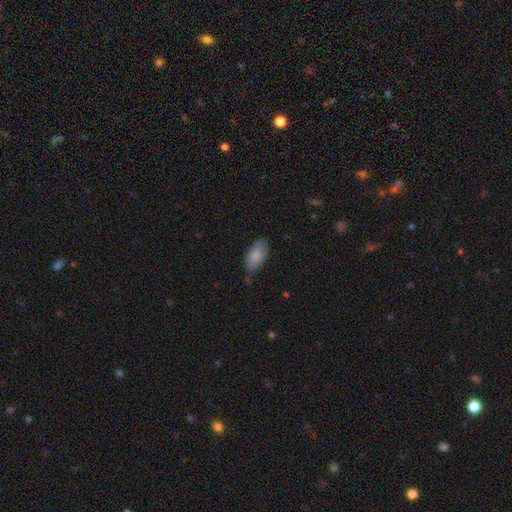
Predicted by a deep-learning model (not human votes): Smooth or featured: smooth — 84% (featured or disk — 10%)
How rounded: in between — 93% (cigar-shaped — 4%)
Merging: none — 71% (minor disturbance — 23%)